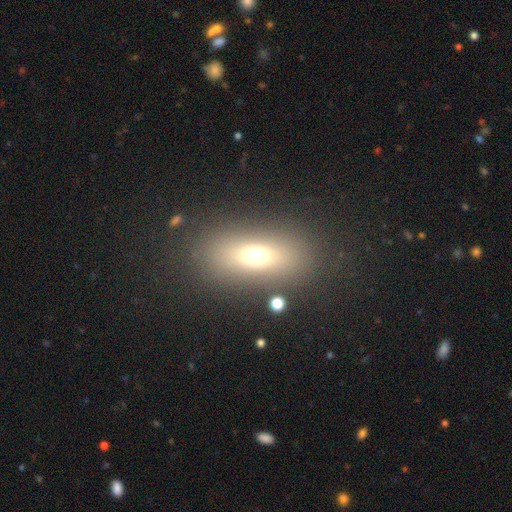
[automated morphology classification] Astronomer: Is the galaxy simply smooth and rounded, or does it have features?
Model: smooth — 64%.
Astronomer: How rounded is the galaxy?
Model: in between — 70%.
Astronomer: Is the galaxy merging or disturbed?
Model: none — 82%.